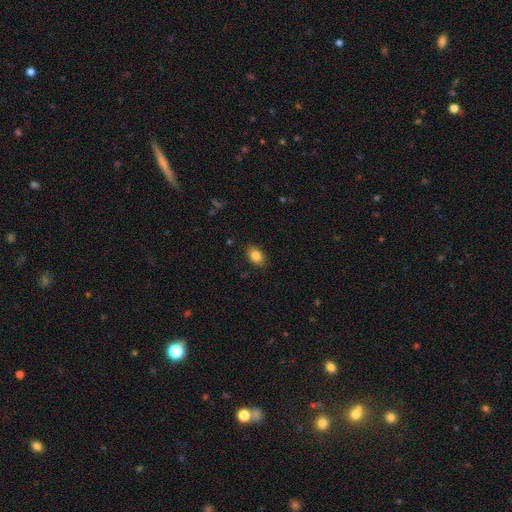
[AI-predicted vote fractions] Smooth or featured?
  - smooth: 85% *
  - star or artifact: 9%
  - featured or disk: 7%
How rounded?
  - in between: 83% *
  - round: 16%
  - cigar-shaped: 1%
Merging?
  - none: 87% *
  - minor disturbance: 10%
  - major disturbance: 2%
  - merger: 1%